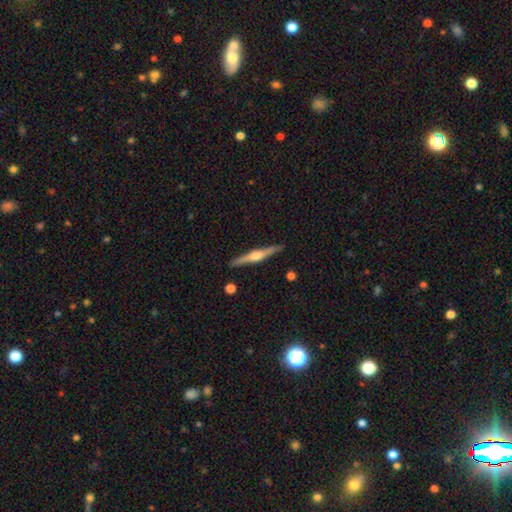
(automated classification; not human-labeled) Smooth or featured: featured or disk — 76% (smooth — 18%)
Edge-on disk: yes — 98% (no — 2%)
Edge-on bulge: rounded — 90% (boxy — 7%)
Merging: none — 91% (minor disturbance — 6%)